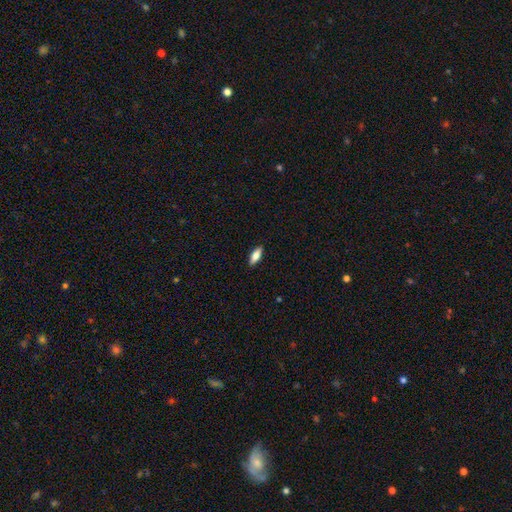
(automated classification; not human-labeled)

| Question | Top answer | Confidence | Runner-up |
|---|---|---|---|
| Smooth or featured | smooth | 74% | featured or disk (20%) |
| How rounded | in between | 67% | cigar-shaped (31%) |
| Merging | none | 90% | minor disturbance (8%) |